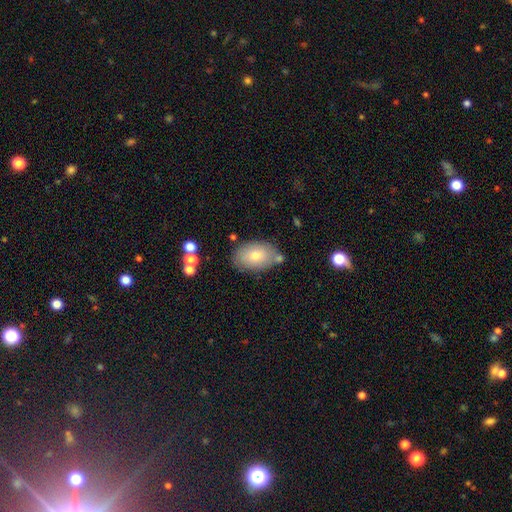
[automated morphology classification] Smooth or featured? Predicted: smooth (p=0.72). How rounded? Predicted: in between (p=0.87). Merging? Predicted: none (p=0.74).